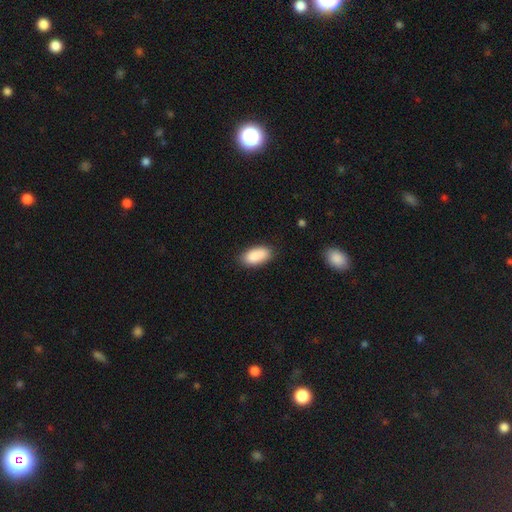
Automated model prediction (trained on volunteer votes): The model was most divided on "merging": none: 83%, minor disturbance: 13%, major disturbance: 3%, merger: 1%. More confident: how rounded — in between (92%); smooth or featured — smooth (89%).